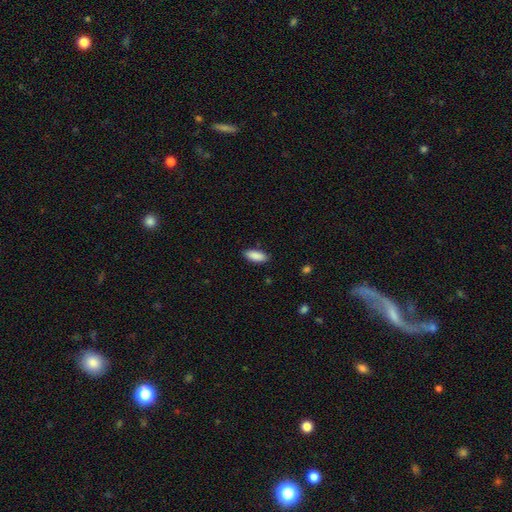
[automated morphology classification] smooth_or_featured: smooth (p=0.90) [alt: star or artifact p=0.06]
how_rounded: in between (p=0.80) [alt: cigar-shaped p=0.18]
merging: none (p=0.87) [alt: minor disturbance p=0.10]